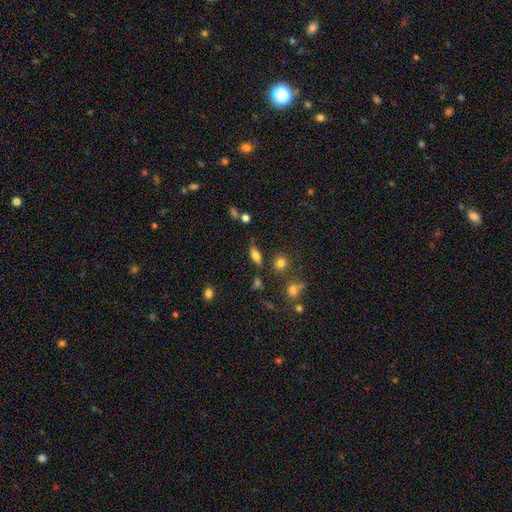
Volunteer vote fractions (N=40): Smooth or featured?
  - smooth: 72% *
  - featured or disk: 18%
  - star or artifact: 10%
How rounded?
  - in between: 76% *
  - cigar-shaped: 14%
  - round: 10%
Merging?
  - none: 58% *
  - minor disturbance: 19%
  - merger: 14%
  - major disturbance: 8%